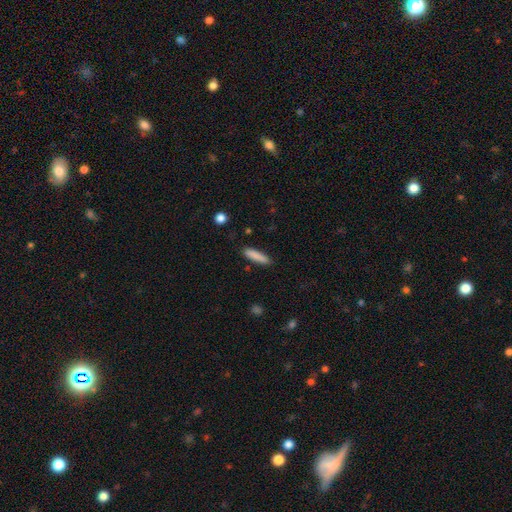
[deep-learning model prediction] Smooth or featured? Predicted: smooth (p=0.86). How rounded? Predicted: cigar-shaped (p=0.77). Merging? Predicted: none (p=0.87).